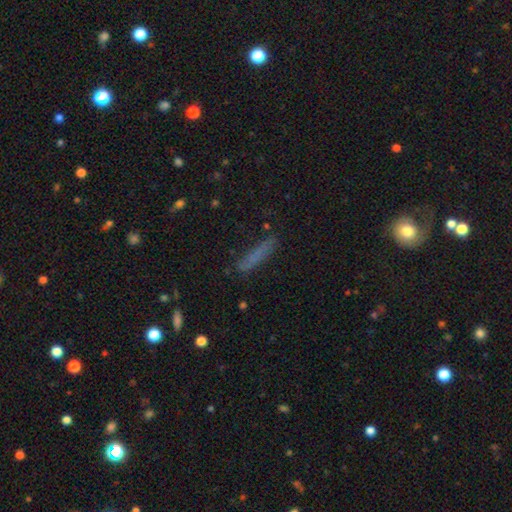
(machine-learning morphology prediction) smooth-or-featured: smooth: 68% | featured or disk: 20% | star or artifact: 12%
  how-rounded: cigar-shaped: 90% | in between: 8% | round: 2%
  merging: none: 77% | minor disturbance: 16% | major disturbance: 5% | merger: 2%